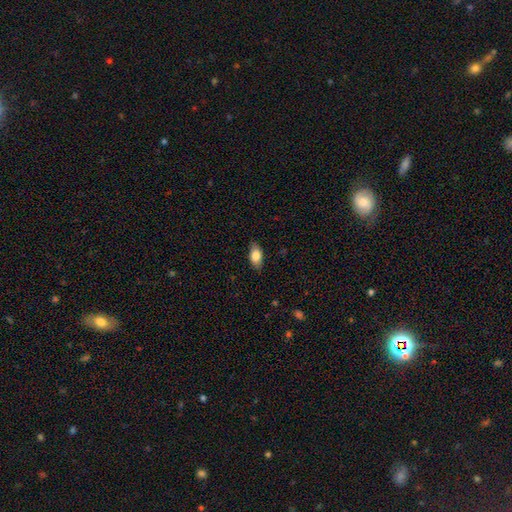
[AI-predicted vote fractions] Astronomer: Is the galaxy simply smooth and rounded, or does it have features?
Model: smooth — 81%.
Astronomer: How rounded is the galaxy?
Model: in between — 90%.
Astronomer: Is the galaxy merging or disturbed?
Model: none — 84%.